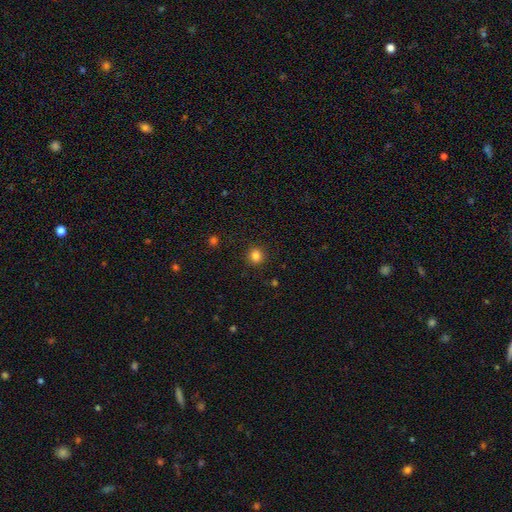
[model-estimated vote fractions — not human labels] Smooth or featured? Predicted: smooth (p=0.84). How rounded? Predicted: round (p=0.89). Merging? Predicted: none (p=0.91).